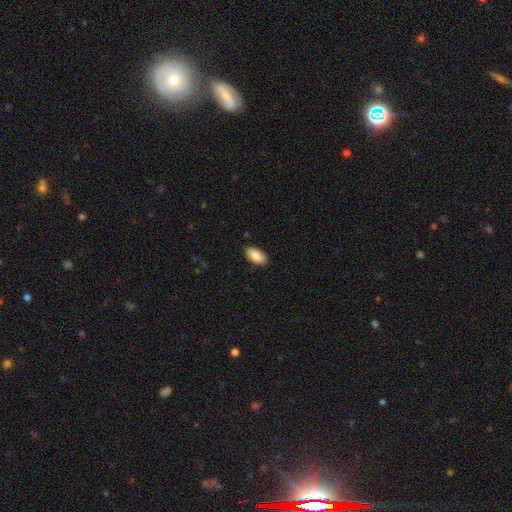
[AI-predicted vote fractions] This appears to be a smooth galaxy with no disk features (87%) that is in between round and cigar-shaped (93%). Merging: none (88%).